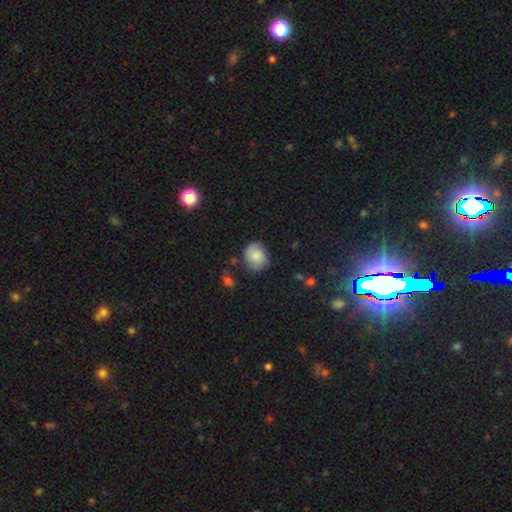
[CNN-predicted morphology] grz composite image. It shows a smooth galaxy with no disk features (76%) that is round (65%). Merging: none (74%).